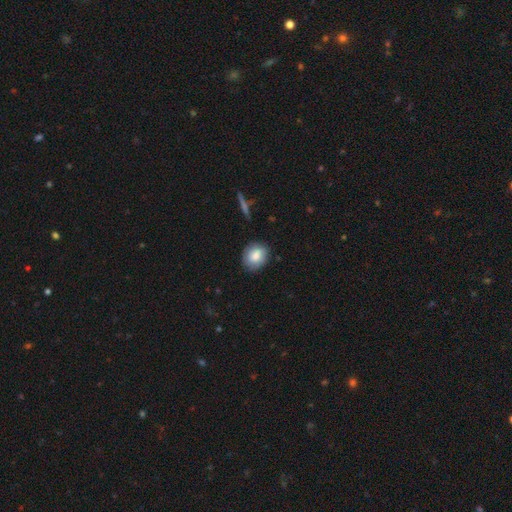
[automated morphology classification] A smooth galaxy with no disk features (79%) that is round (62%).

Vote fractions:
- Smooth or featured? smooth: 79% / featured or disk: 13% / star or artifact: 7%
- How rounded? round: 62% / in between: 37% / cigar-shaped: 1%
- Merging? none: 83% / minor disturbance: 13% / major disturbance: 3% / merger: 1%